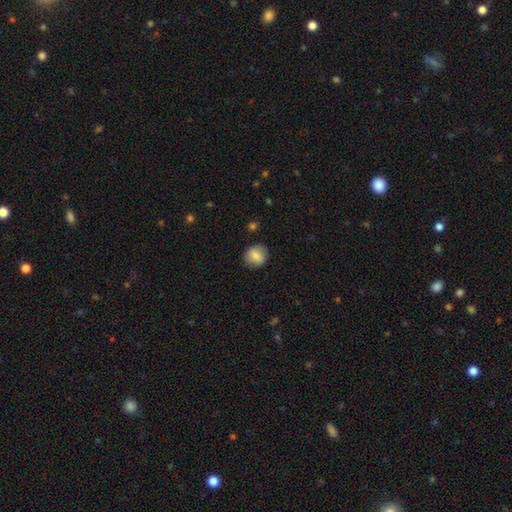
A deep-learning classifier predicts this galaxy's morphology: Smooth or featured: smooth — 80% (featured or disk — 12%)
How rounded: round — 83% (in between — 16%)
Merging: none — 87% (minor disturbance — 10%)